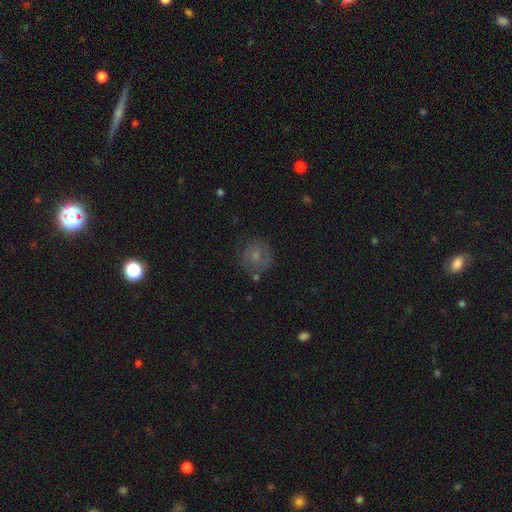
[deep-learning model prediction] Q: Smooth or featured?
A: smooth (63%); runner-up: featured or disk (25%)
Q: How rounded?
A: round (84%); runner-up: in between (15%)
Q: Merging?
A: none (66%); runner-up: minor disturbance (19%)